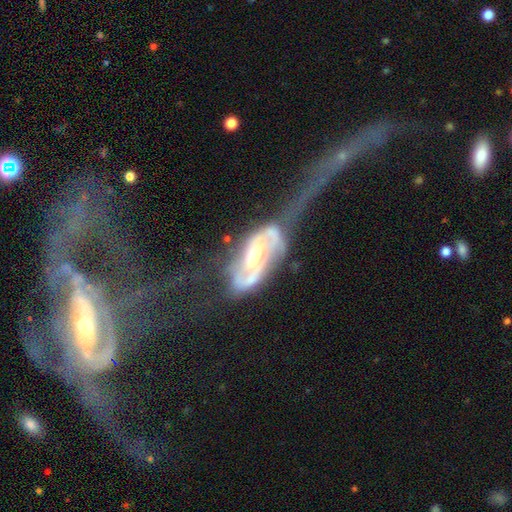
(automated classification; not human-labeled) Smooth or featured: featured or disk — 76% (smooth — 18%)
Edge-on disk: no — 91% (yes — 9%)
Bar: no — 43% (weak — 36%)
Spiral arms: yes — 66% (no — 34%)
Bulge size: moderate — 60% (large — 26%)
Merging: major disturbance — 53% (minor disturbance — 16%)